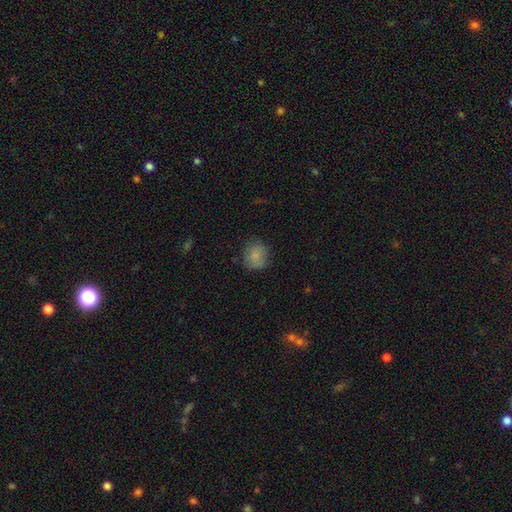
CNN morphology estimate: A smooth galaxy with no disk features (82%) that is round (73%).

Vote fractions:
- Smooth or featured? smooth: 82% / star or artifact: 10% / featured or disk: 8%
- How rounded? round: 73% / in between: 26% / cigar-shaped: 1%
- Merging? none: 73% / minor disturbance: 20% / major disturbance: 6% / merger: 1%